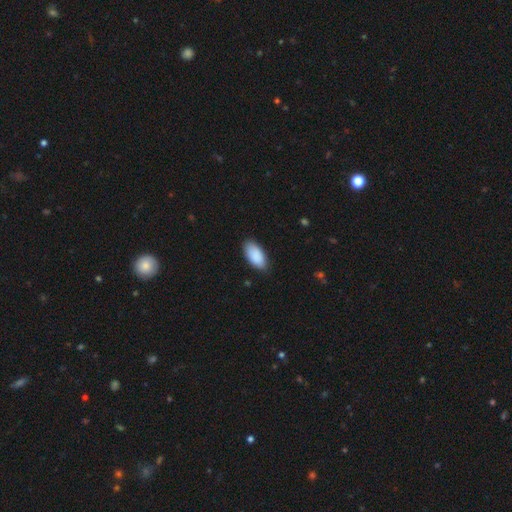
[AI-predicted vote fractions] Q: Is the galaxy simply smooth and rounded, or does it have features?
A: smooth — 90%.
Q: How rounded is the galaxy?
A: in between — 94%.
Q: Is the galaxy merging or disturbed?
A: none — 81%.